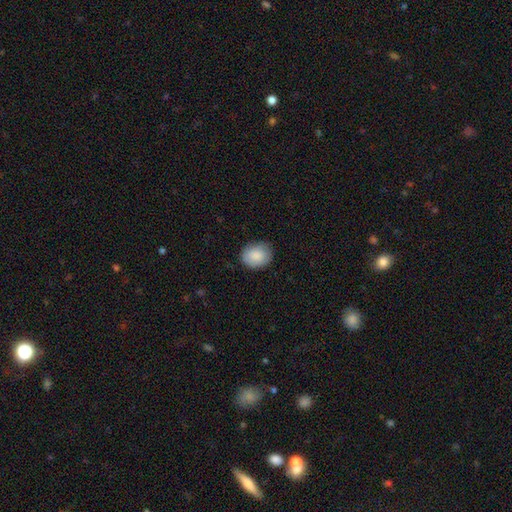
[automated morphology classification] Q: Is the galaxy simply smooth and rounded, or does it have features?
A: smooth — 85%.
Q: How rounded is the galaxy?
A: round — 54%.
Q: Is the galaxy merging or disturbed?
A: none — 80%.